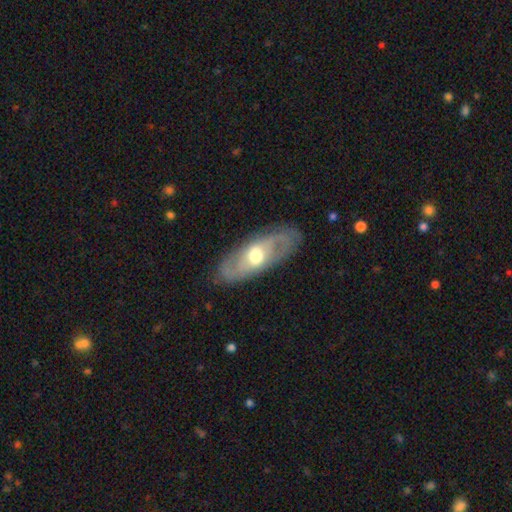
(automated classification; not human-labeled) This appears to be a featured or disk galaxy (61%). Merging: none (82%).